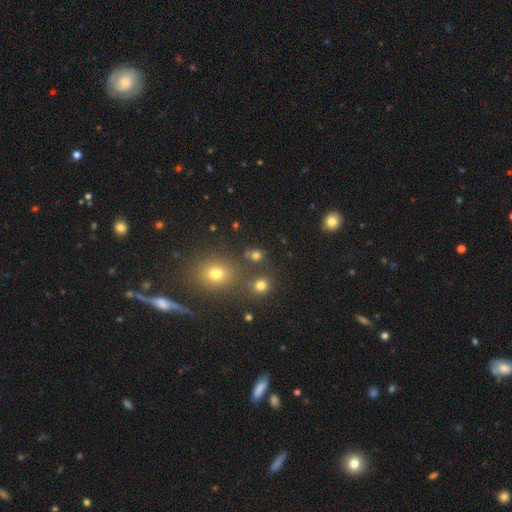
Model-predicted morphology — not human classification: Q: Smooth or featured?
A: smooth (72%); runner-up: star or artifact (21%)
Q: How rounded?
A: round (77%); runner-up: in between (21%)
Q: Merging?
A: none (73%); runner-up: merger (14%)